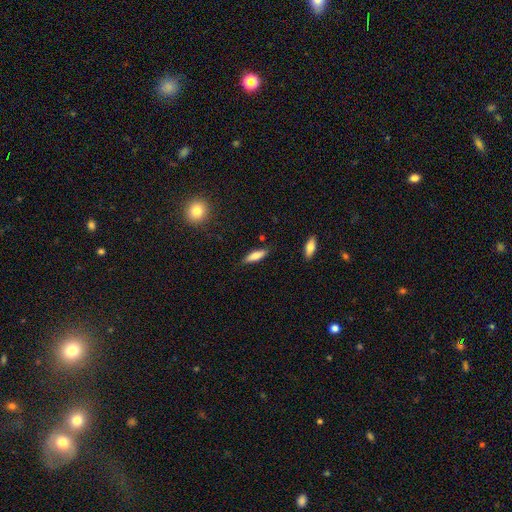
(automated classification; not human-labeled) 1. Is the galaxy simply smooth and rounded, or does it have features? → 72% smooth, 21% featured or disk, 7% star or artifact.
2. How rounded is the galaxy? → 57% cigar-shaped, 41% in between, 2% round.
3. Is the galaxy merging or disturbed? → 83% none, 12% minor disturbance, 2% major disturbance, 2% merger.